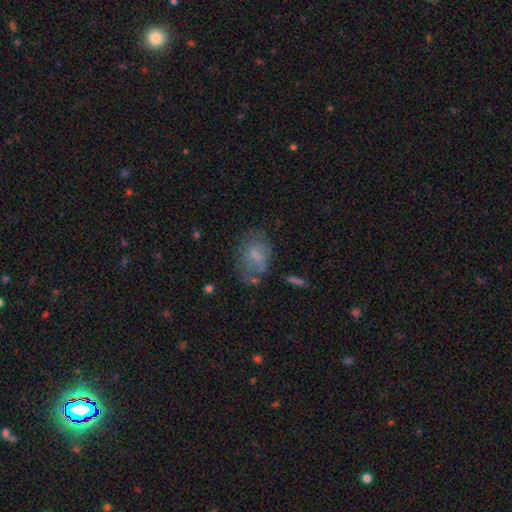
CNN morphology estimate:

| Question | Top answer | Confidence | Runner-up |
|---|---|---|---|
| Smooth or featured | smooth | 65% | featured or disk (25%) |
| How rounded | in between | 76% | round (23%) |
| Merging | none | 50% | minor disturbance (27%) |